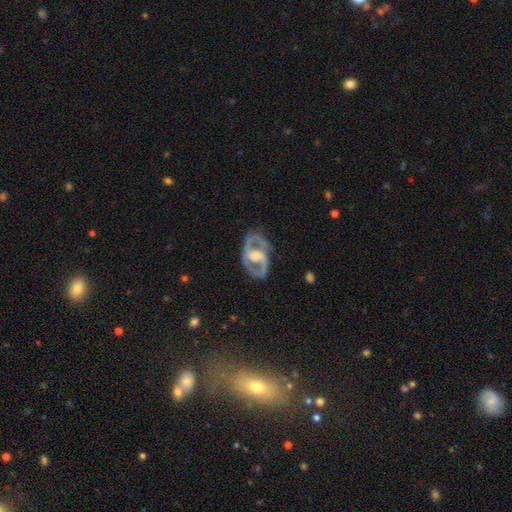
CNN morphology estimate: This is clearly a featured or disk galaxy (87%). It is clearly not viewed edge-on (96%). Bar: marginally weak (39%). Spiral arm pattern: clearly yes (88%). Spiral arm count: clearly 2 (89%). Spiral winding: possibly medium (53%). Central bulge: likely moderate (63%). Merging: likely none (77%).